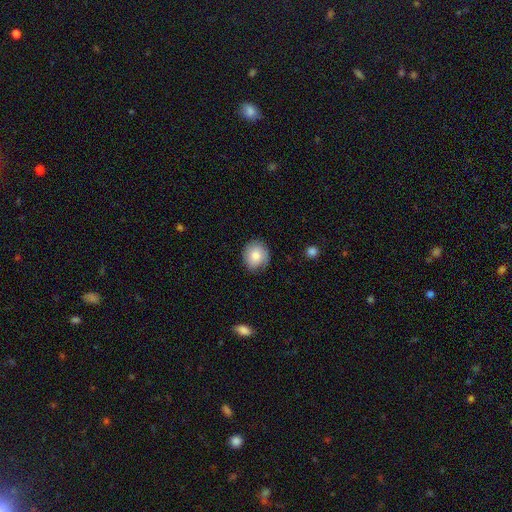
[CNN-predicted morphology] Smooth or featured?
  - smooth: 78% *
  - featured or disk: 14%
  - star or artifact: 8%
How rounded?
  - round: 75% *
  - in between: 24%
  - cigar-shaped: 1%
Merging?
  - none: 78% *
  - minor disturbance: 17%
  - major disturbance: 3%
  - merger: 1%